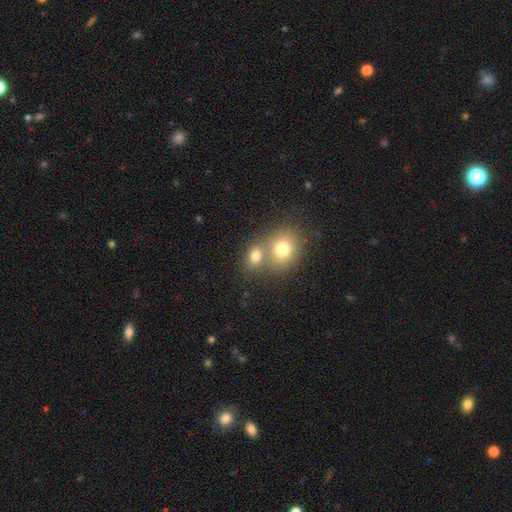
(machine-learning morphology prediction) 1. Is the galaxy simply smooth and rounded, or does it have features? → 77% smooth, 11% featured or disk, 11% star or artifact.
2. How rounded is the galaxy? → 50% round, 49% in between, 1% cigar-shaped.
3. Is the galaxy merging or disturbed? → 53% merger, 36% none, 7% minor disturbance, 3% major disturbance.